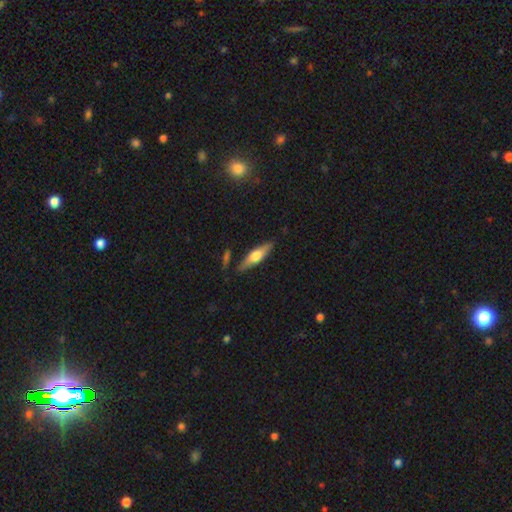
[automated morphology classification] Smooth or featured? Predicted: smooth (p=0.47, tied with featured or disk). Merging? Predicted: none (p=0.84).